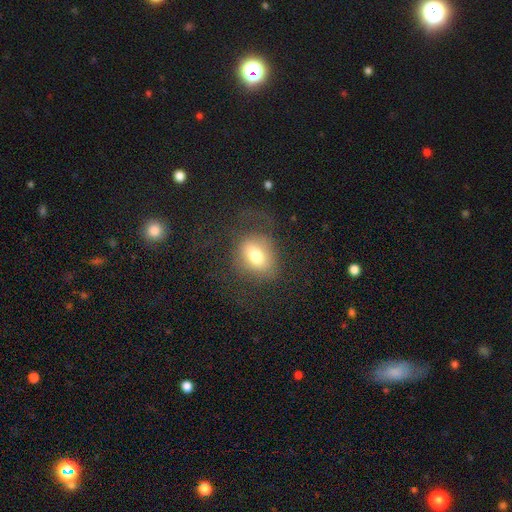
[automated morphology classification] Overall: smooth (69%). How rounded: in between (58%; round 40%). Merging: none (50%; major disturbance 30%).